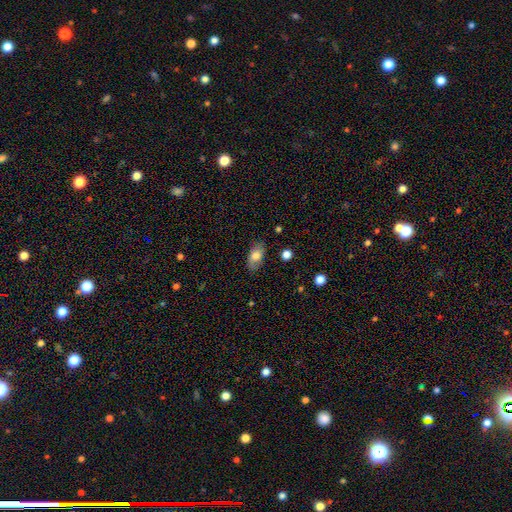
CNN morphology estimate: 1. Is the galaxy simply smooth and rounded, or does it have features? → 74% smooth, 18% featured or disk, 8% star or artifact.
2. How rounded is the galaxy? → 91% in between, 5% round, 4% cigar-shaped.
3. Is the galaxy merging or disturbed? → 79% none, 16% minor disturbance, 4% major disturbance, 1% merger.